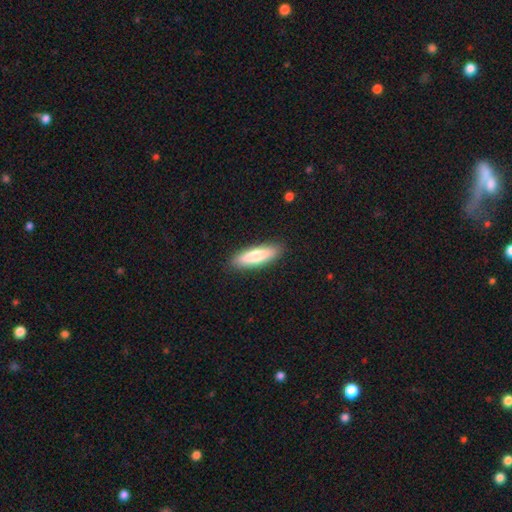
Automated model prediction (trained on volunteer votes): smooth 76%, featured or disk 19%, star or artifact 5%. Down the decision tree: how rounded — cigar-shaped (59%); merging — none (89%).